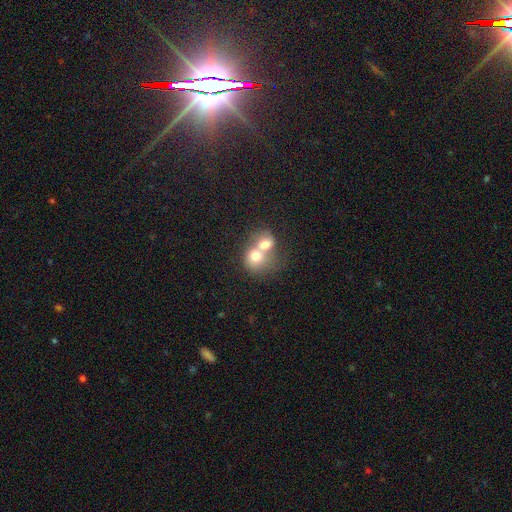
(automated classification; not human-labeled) smooth-or-featured: smooth: 69% | featured or disk: 23% | star or artifact: 8%
  how-rounded: round: 64% | in between: 35% | cigar-shaped: 1%
  merging: merger: 77% | none: 14% | minor disturbance: 5% | major disturbance: 4%